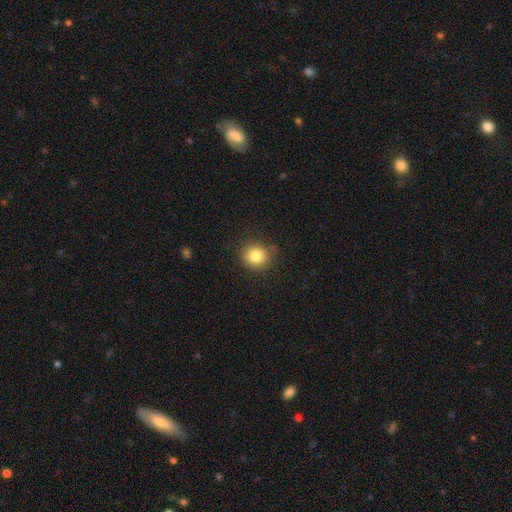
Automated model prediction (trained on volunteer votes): Smooth or featured?
  - smooth: 82% *
  - star or artifact: 11%
  - featured or disk: 7%
How rounded?
  - round: 83% *
  - in between: 16%
  - cigar-shaped: 1%
Merging?
  - none: 84% *
  - minor disturbance: 11%
  - major disturbance: 3%
  - merger: 1%